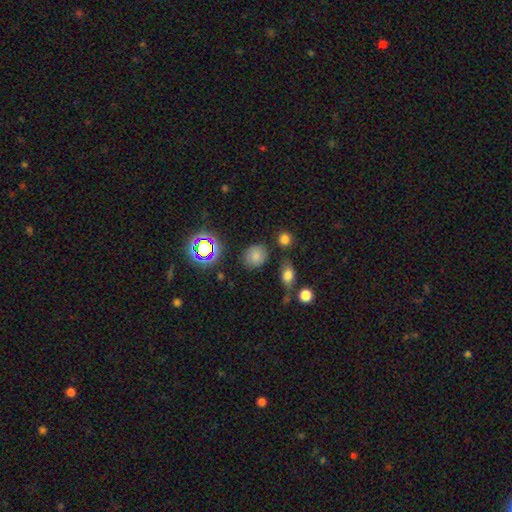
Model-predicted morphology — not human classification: This appears to be a smooth galaxy with no disk features (74%) that is round (70%). Merging: none (79%).